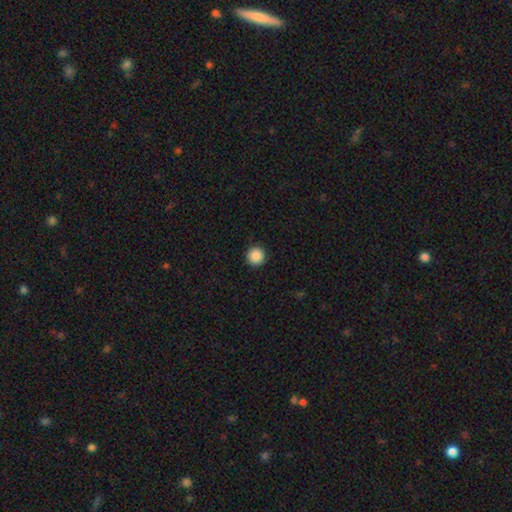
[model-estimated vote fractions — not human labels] Morphology: type=smooth (88%); roundness=round (96%); merging=none (93%).